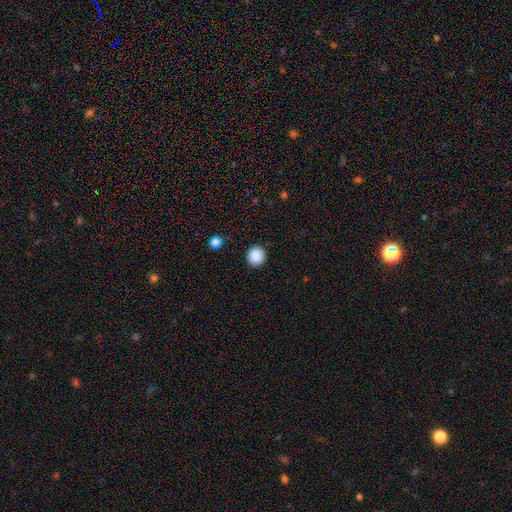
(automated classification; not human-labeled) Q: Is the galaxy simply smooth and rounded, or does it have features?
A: smooth — 88%.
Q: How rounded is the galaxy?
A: round — 94%.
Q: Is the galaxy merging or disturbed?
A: none — 92%.